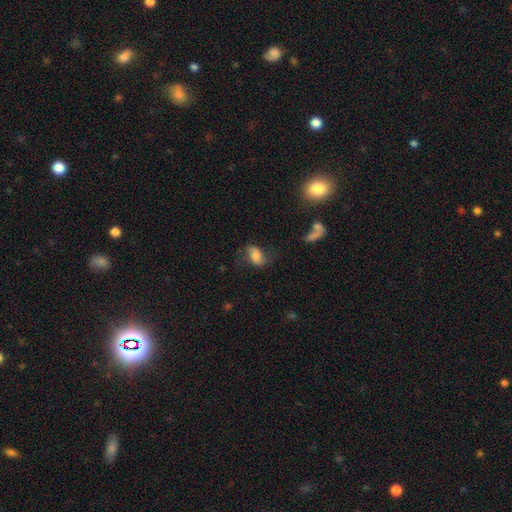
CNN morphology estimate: smooth 52%, featured or disk 39%, star or artifact 10%. Down the decision tree: how rounded — in between (84%); merging — none (53%).